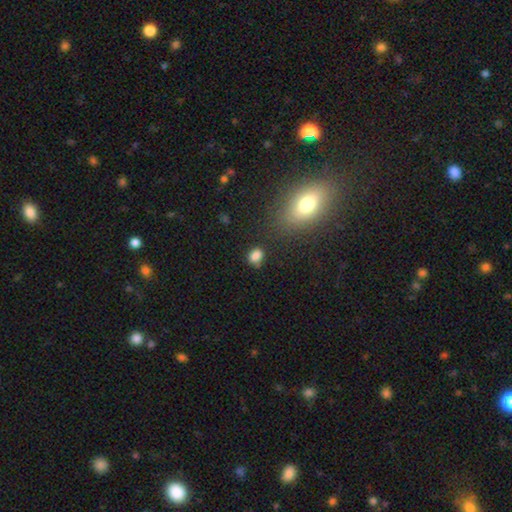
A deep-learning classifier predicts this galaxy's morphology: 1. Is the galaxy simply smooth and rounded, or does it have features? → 82% smooth, 12% star or artifact, 6% featured or disk.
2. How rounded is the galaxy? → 57% in between, 41% round, 2% cigar-shaped.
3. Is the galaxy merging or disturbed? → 69% none, 19% minor disturbance, 7% merger, 6% major disturbance.